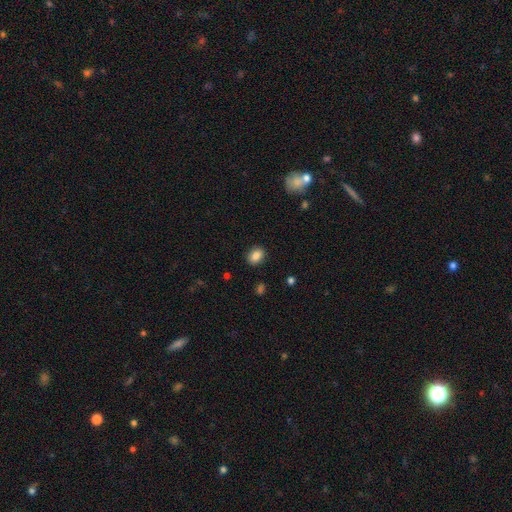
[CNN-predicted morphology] Smooth or featured? smooth (86%)
How rounded? in between (61%)
Merging? none (89%)